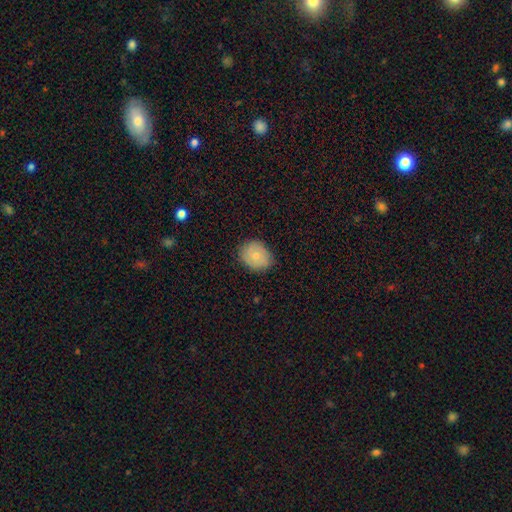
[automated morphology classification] Smooth or featured? smooth (69%)
How rounded? round (56%)
Merging? none (80%)